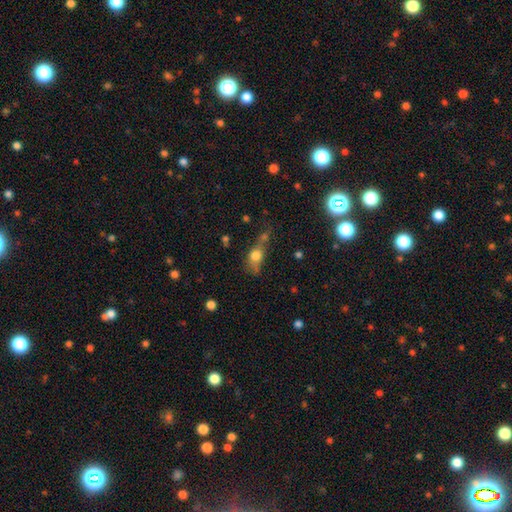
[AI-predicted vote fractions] Morphology: type=smooth (72%); roundness=in between (54%); merging=none (33%).